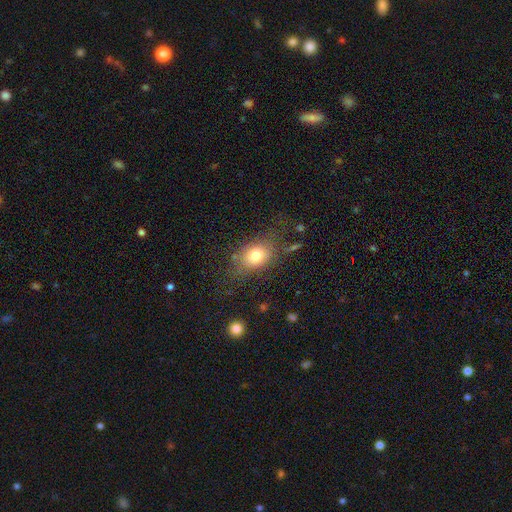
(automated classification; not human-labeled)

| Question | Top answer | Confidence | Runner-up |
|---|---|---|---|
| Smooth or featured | smooth | 77% | featured or disk (12%) |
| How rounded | in between | 62% | round (36%) |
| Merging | none | 68% | minor disturbance (18%) |